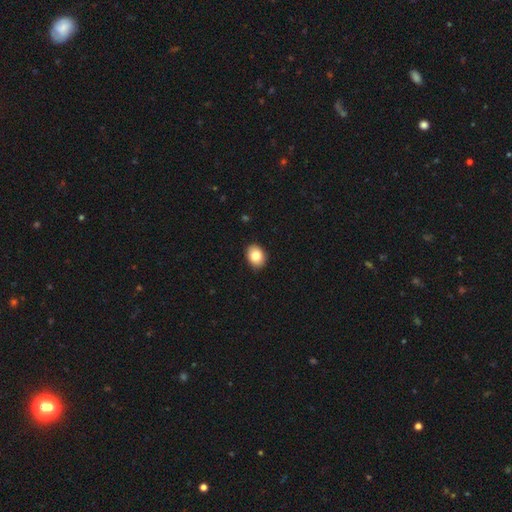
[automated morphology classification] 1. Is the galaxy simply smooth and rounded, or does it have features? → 84% smooth, 8% star or artifact, 8% featured or disk.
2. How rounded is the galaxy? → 64% in between, 35% round, 1% cigar-shaped.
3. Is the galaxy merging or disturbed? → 90% none, 7% minor disturbance, 2% major disturbance, 1% merger.